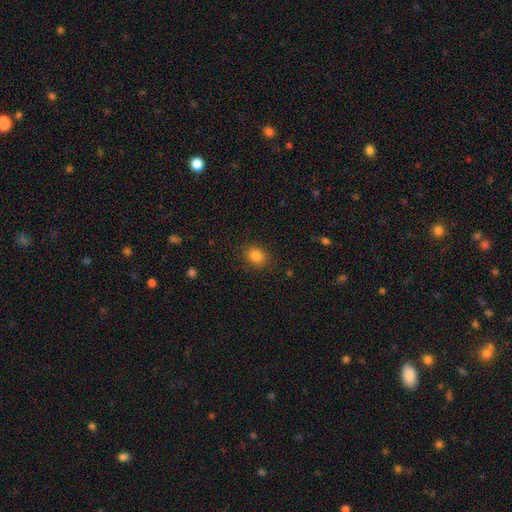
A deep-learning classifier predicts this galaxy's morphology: Smooth or featured? Predicted: smooth (p=0.85). How rounded? Predicted: round (p=0.59). Merging? Predicted: none (p=0.86).